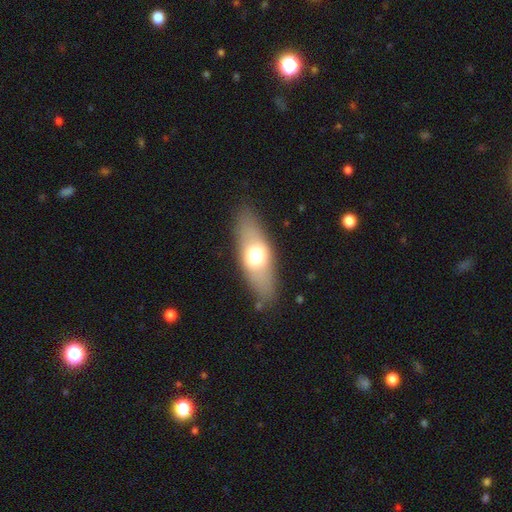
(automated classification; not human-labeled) This is likely a smooth galaxy (61%). How rounded: likely in between (66%). Merging: clearly none (83%).